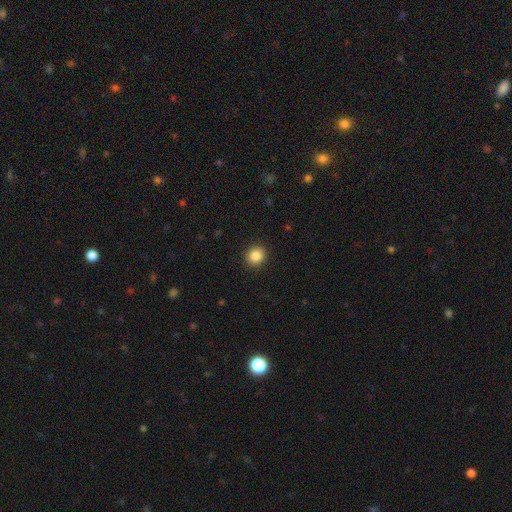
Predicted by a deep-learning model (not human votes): Smooth or featured: smooth — 86% (star or artifact — 10%)
How rounded: round — 86% (in between — 14%)
Merging: none — 91% (minor disturbance — 6%)